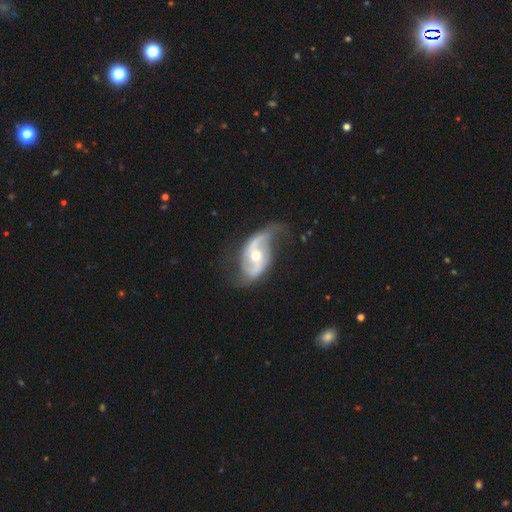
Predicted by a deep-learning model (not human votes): Smooth or featured? Predicted: featured or disk (p=0.87). Edge-on disk? Predicted: no (p=0.97). Bar? Predicted: no (p=0.47). Spiral arms? Predicted: yes (p=0.94). Spiral winding? Predicted: loose (p=0.59). Spiral arm count? Predicted: 2 (p=0.89). Bulge size? Predicted: moderate (p=0.62). Merging? Predicted: none (p=0.58).